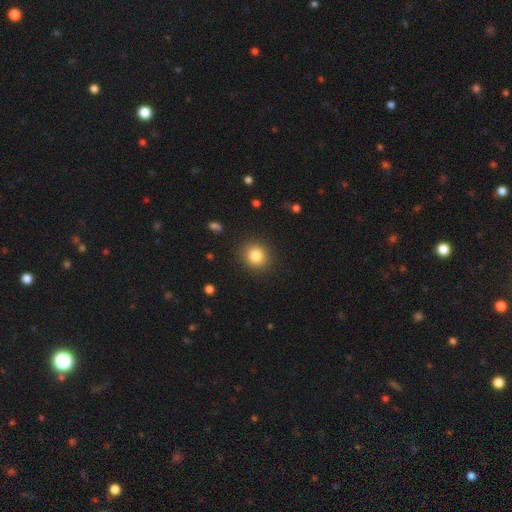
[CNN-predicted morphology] The model was most divided on "smooth or featured": smooth: 83%, star or artifact: 10%, featured or disk: 6%. More confident: merging — none (90%); how rounded — round (88%).